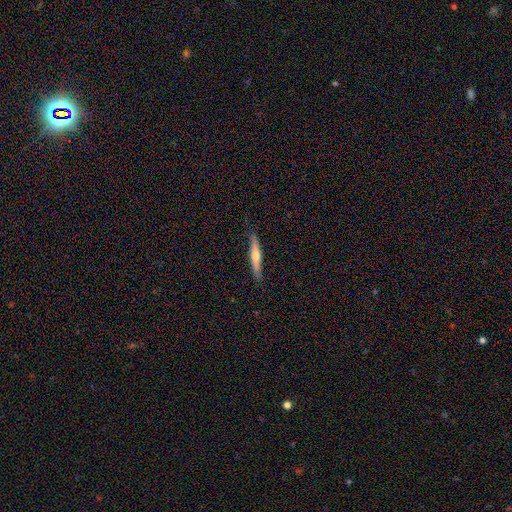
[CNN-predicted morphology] This is possibly a featured or disk galaxy (51%). It is clearly viewed edge-on (95%). Merging: clearly none (85%).